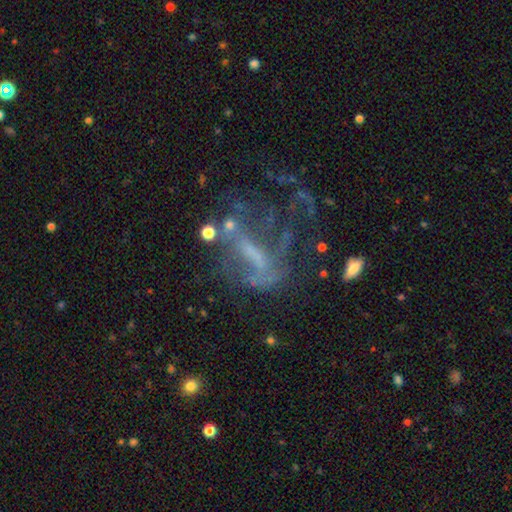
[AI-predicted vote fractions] The model was most divided on "bar" (2-way tie): strong: 34%, no: 34%, weak: 32%. Remaining: edge-on disk — no (93%); smooth or featured — featured or disk (63%); spiral arms — yes (58%); bulge size — none (43%); merging — none (40%).